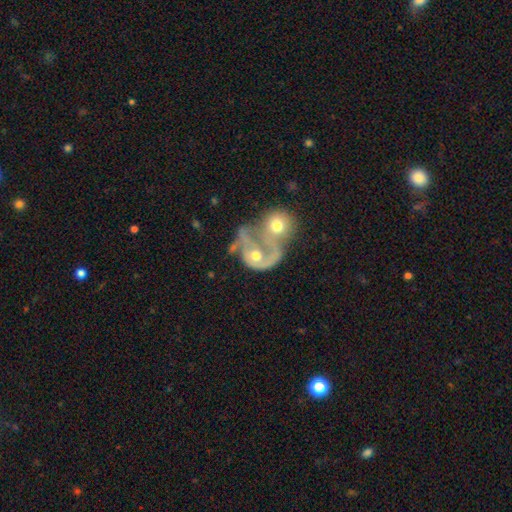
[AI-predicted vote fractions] This appears to be a featured or disk galaxy (67%) with no bar (79%), spiral arms (63%) and a moderate central bulge (69%). Merging: merger (70%).